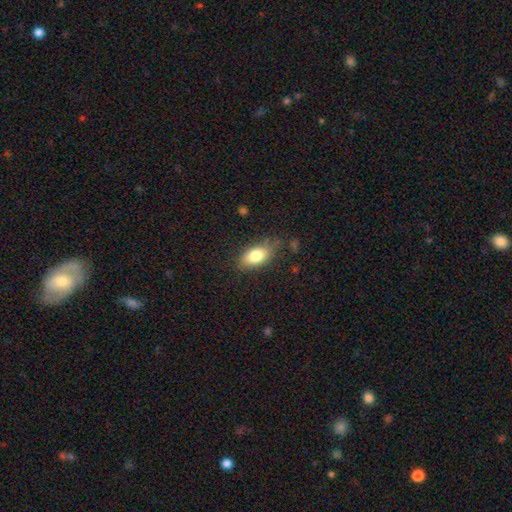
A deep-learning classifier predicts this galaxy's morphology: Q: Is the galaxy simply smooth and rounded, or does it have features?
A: smooth — 79%.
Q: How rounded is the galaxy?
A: in between — 87%.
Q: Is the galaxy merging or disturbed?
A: none — 74%.